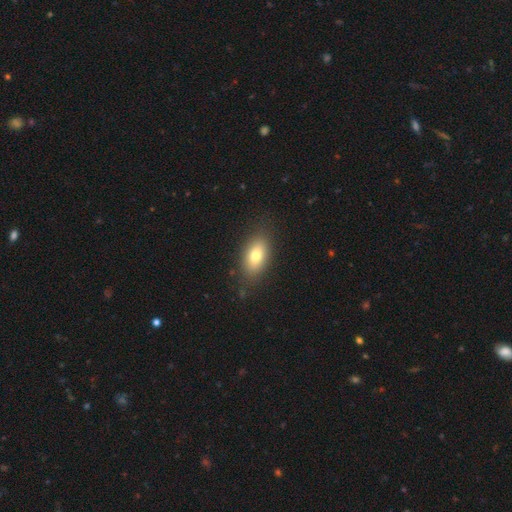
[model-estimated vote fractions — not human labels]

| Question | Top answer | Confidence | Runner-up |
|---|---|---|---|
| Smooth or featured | smooth | 76% | featured or disk (15%) |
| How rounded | in between | 88% | round (8%) |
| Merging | none | 84% | minor disturbance (11%) |